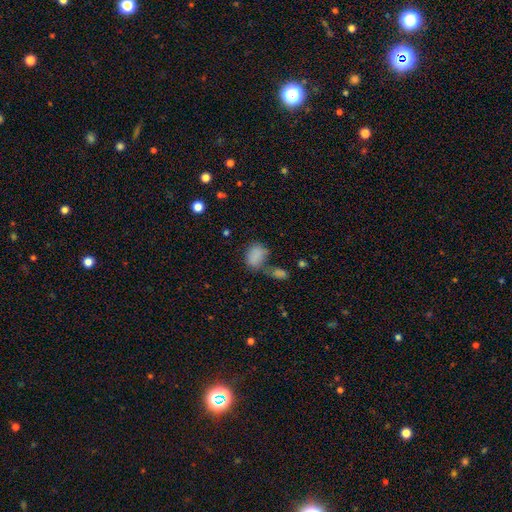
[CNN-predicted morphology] This appears to be a smooth galaxy with no disk features (82%) that is in between round and cigar-shaped (80%). Merging: none (40%).